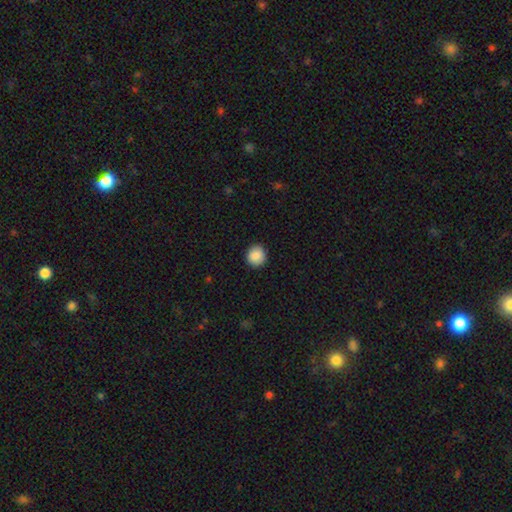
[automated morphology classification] The model was most divided on "how rounded": round: 89%, in between: 10%, cigar-shaped: 1%. More confident: merging — none (90%); smooth or featured — smooth (89%).